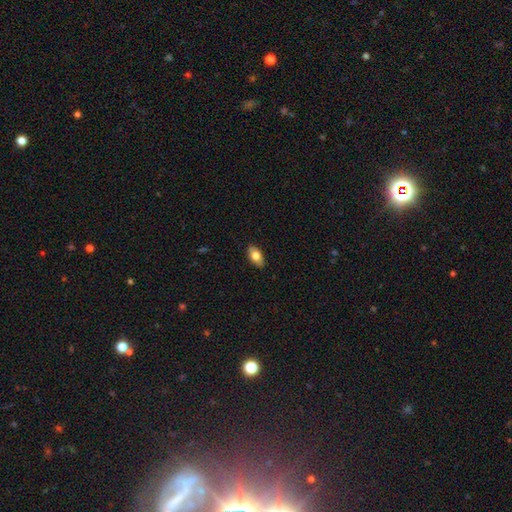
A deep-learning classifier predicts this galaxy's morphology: Smooth or featured? smooth (74%)
How rounded? in between (90%)
Merging? none (88%)